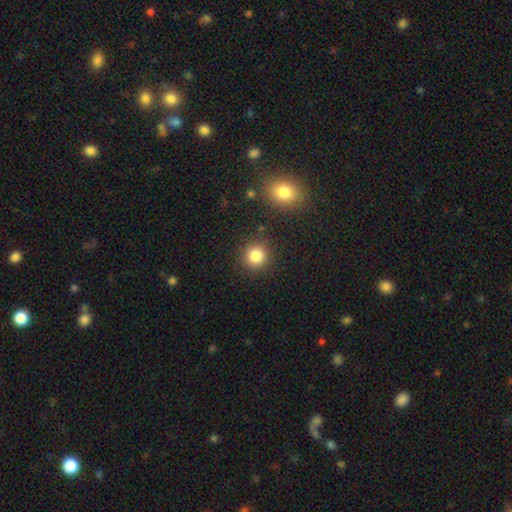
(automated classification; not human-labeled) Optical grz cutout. It shows a smooth galaxy with no disk features (84%) that is round (90%). Merging: none (87%).